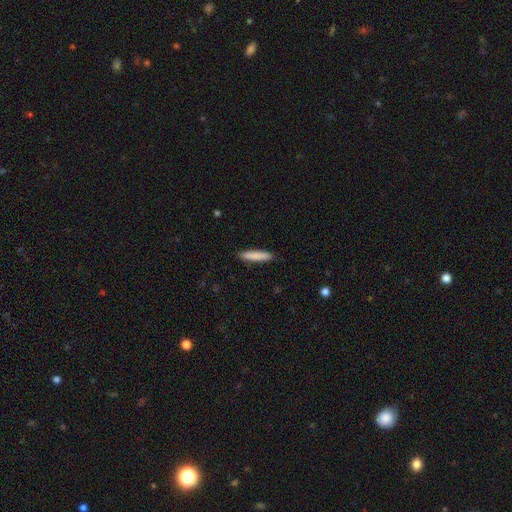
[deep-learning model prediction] Smooth or featured? Predicted: smooth (p=0.85). How rounded? Predicted: cigar-shaped (p=0.88). Merging? Predicted: none (p=0.90).